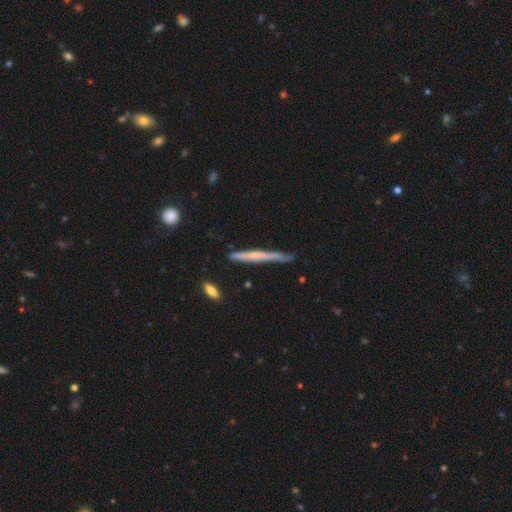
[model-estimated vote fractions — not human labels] This is possibly a featured or disk galaxy (55%). It is clearly viewed edge-on (97%). Edge-on bulge: possibly none (57%). Merging: likely none (79%).